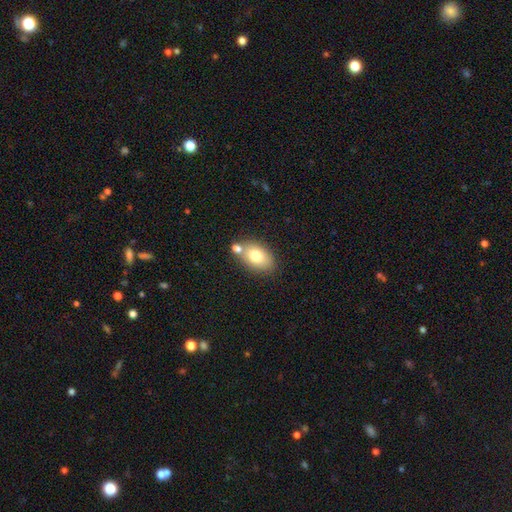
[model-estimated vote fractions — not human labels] The model was most divided on "merging": none: 61%, merger: 22%, minor disturbance: 13%, major disturbance: 4%. More confident: how rounded — in between (84%); smooth or featured — smooth (75%).